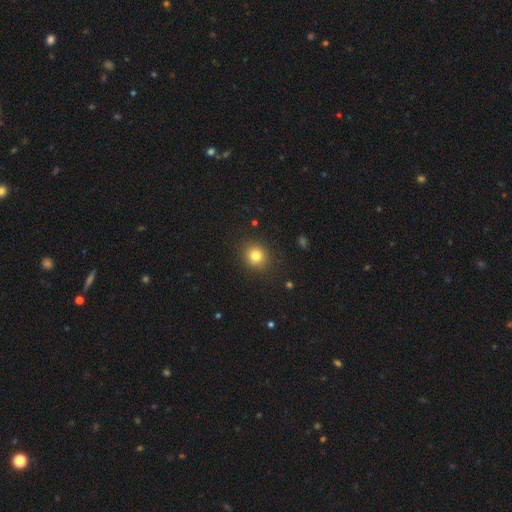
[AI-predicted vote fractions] Morphology: type=smooth (80%); roundness=round (82%); merging=none (89%).